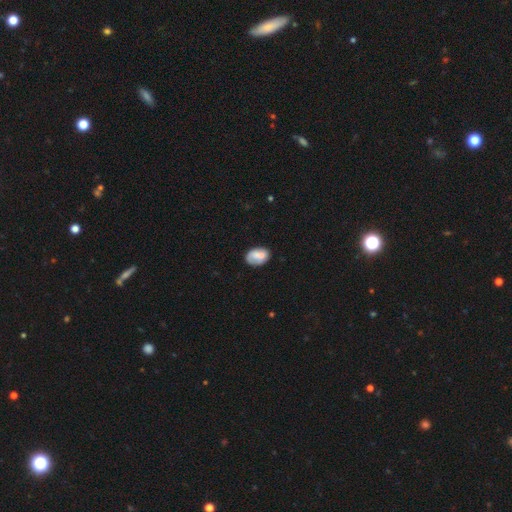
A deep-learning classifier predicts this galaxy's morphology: A smooth galaxy with no disk features (69%) that is in between round and cigar-shaped (83%).

Vote fractions:
- Smooth or featured? smooth: 69% / featured or disk: 23% / star or artifact: 7%
- How rounded? in between: 83% / round: 16% / cigar-shaped: 1%
- Merging? none: 58% / minor disturbance: 26% / major disturbance: 8% / merger: 7%